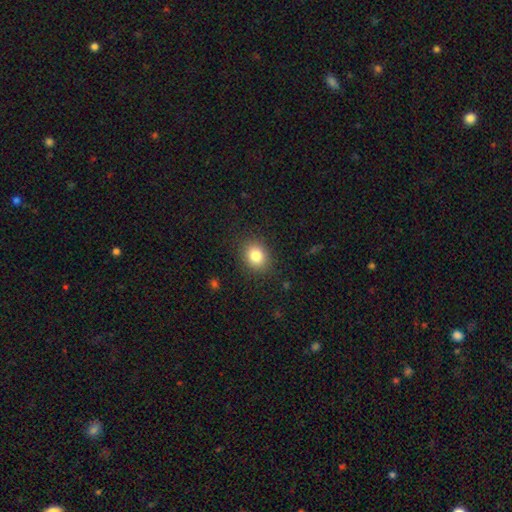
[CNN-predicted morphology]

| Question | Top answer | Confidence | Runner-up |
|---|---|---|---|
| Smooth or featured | smooth | 83% | star or artifact (10%) |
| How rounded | round | 59% | in between (40%) |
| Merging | none | 87% | minor disturbance (9%) |